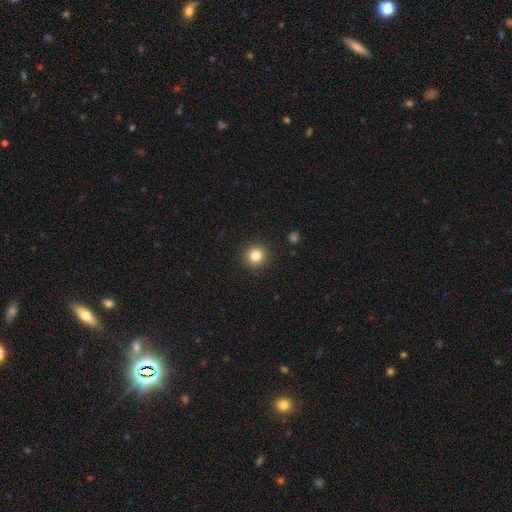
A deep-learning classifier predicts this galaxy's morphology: A smooth galaxy with no disk features (82%) that is round (95%).

Vote fractions:
- Smooth or featured? smooth: 82% / star or artifact: 12% / featured or disk: 6%
- How rounded? round: 95% / in between: 4% / cigar-shaped: 1%
- Merging? none: 92% / minor disturbance: 5% / major disturbance: 2% / merger: 1%